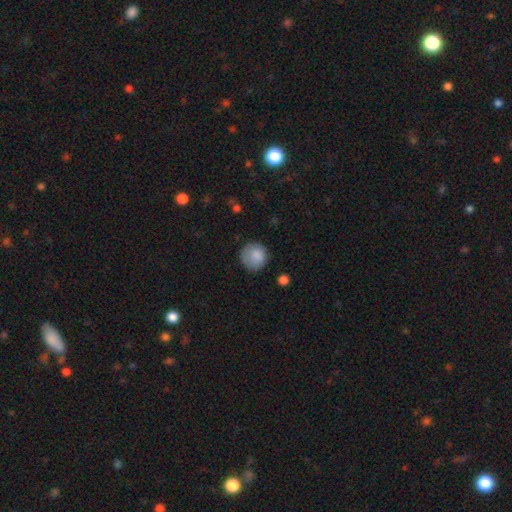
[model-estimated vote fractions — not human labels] A smooth galaxy with no disk features (85%) that is round (90%).

Vote fractions:
- Smooth or featured? smooth: 85% / star or artifact: 8% / featured or disk: 7%
- How rounded? round: 90% / in between: 9% / cigar-shaped: 1%
- Merging? none: 76% / minor disturbance: 17% / major disturbance: 5% / merger: 2%